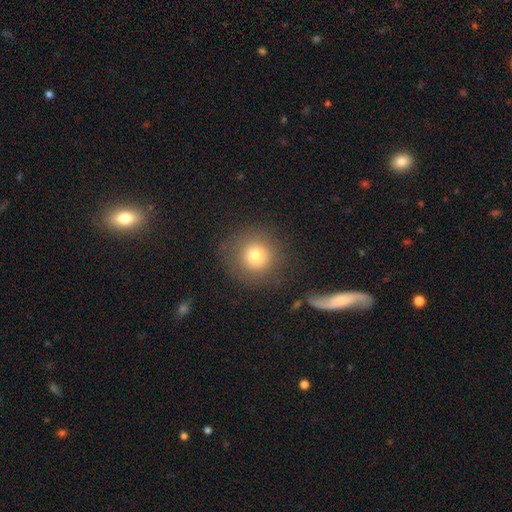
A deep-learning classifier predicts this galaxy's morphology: Q: Smooth or featured?
A: smooth (75%); runner-up: star or artifact (13%)
Q: How rounded?
A: round (93%); runner-up: in between (6%)
Q: Merging?
A: none (84%); runner-up: minor disturbance (9%)